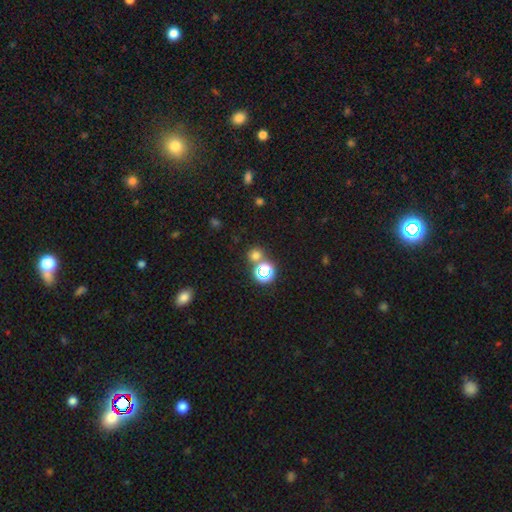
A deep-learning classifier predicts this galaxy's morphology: Smooth or featured?
  - smooth: 61% *
  - star or artifact: 33%
  - featured or disk: 6%
How rounded?
  - round: 87% *
  - in between: 12%
  - cigar-shaped: 1%
Merging?
  - none: 69% *
  - merger: 20%
  - minor disturbance: 8%
  - major disturbance: 4%